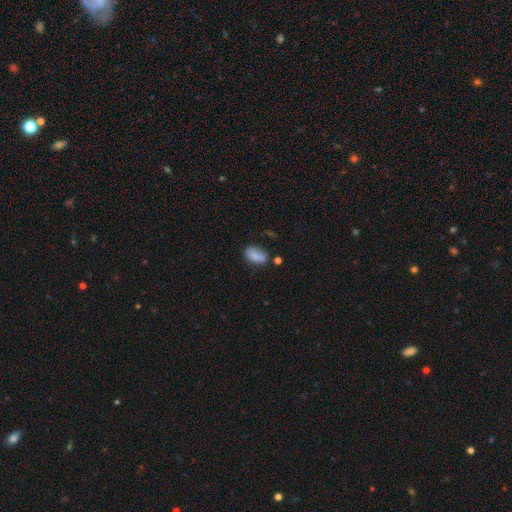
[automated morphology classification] This appears to be a smooth galaxy with no disk features (79%) that is in between round and cigar-shaped (87%). Merging: none (54%).